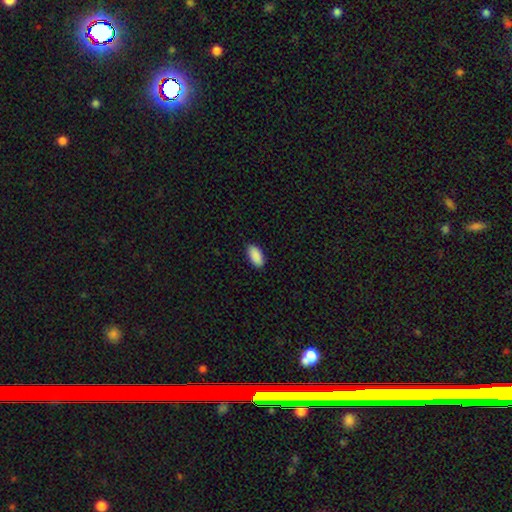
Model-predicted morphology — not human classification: smooth-or-featured: smooth: 91% | star or artifact: 6% | featured or disk: 3%
  how-rounded: in between: 93% | cigar-shaped: 5% | round: 2%
  merging: none: 89% | minor disturbance: 8% | major disturbance: 2% | merger: 1%